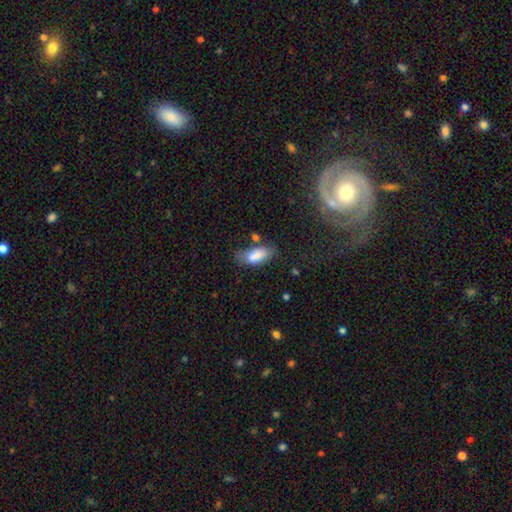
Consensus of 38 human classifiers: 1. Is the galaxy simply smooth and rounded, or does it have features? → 87% smooth, 11% featured or disk, 3% star or artifact.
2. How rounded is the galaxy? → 94% in between, 6% cigar-shaped, 0% round.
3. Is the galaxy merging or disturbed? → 41% none, 38% minor disturbance, 11% major disturbance, 11% merger.